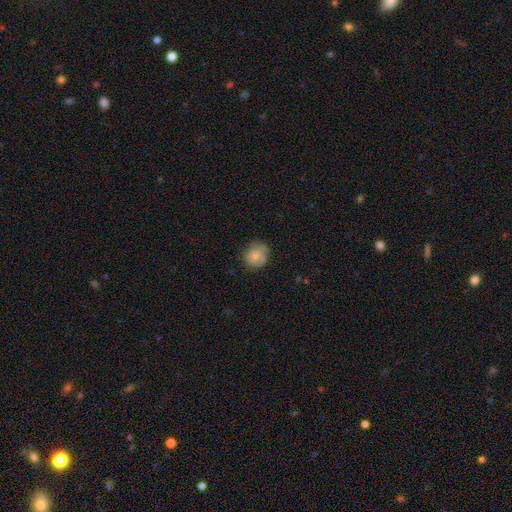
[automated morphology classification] The model was most divided on "merging": none: 69%, minor disturbance: 23%, major disturbance: 6%, merger: 1%. More confident: smooth or featured — smooth (79%); how rounded — round (77%).